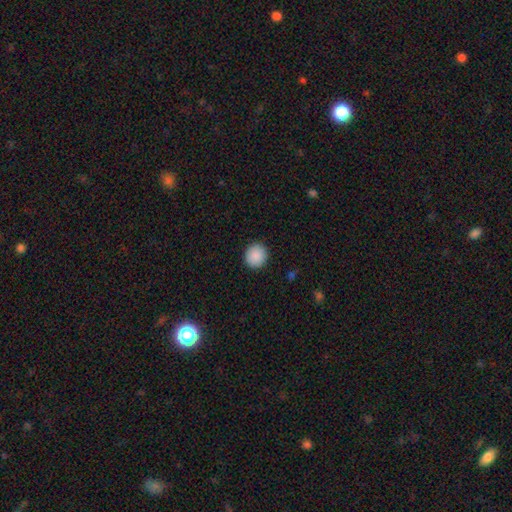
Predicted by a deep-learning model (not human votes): A smooth galaxy with no disk features (90%) that is round (89%).

Vote fractions:
- Smooth or featured? smooth: 90% / star or artifact: 7% / featured or disk: 3%
- How rounded? round: 89% / in between: 10% / cigar-shaped: 1%
- Merging? none: 92% / minor disturbance: 5% / major disturbance: 2% / merger: 1%